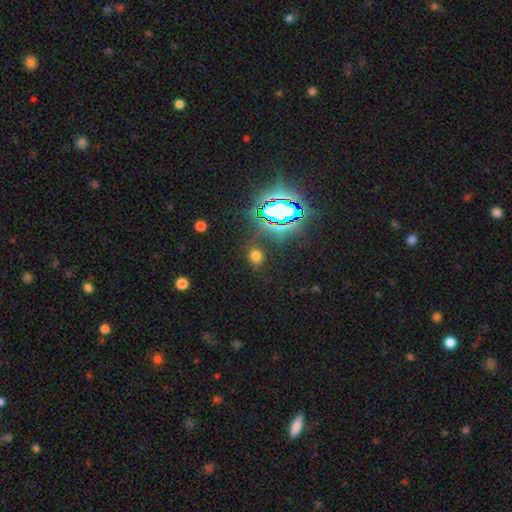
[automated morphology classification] The model was most divided on "smooth or featured": smooth: 60%, star or artifact: 33%, featured or disk: 7%. More confident: merging — none (83%); how rounded — round (67%).